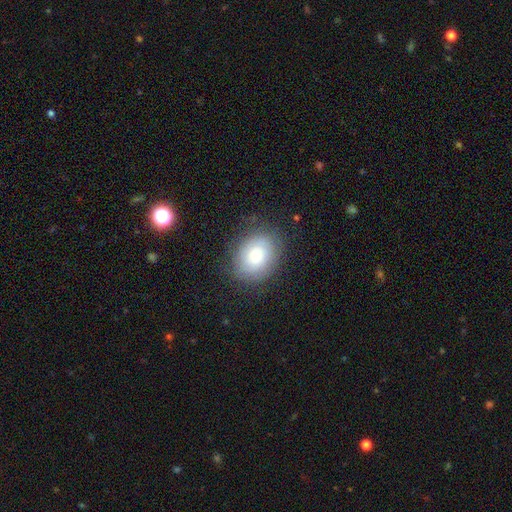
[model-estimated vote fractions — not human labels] Q: Smooth or featured?
A: smooth (61%); runner-up: featured or disk (30%)
Q: How rounded?
A: in between (53%); runner-up: round (46%)
Q: Merging?
A: none (78%); runner-up: minor disturbance (15%)